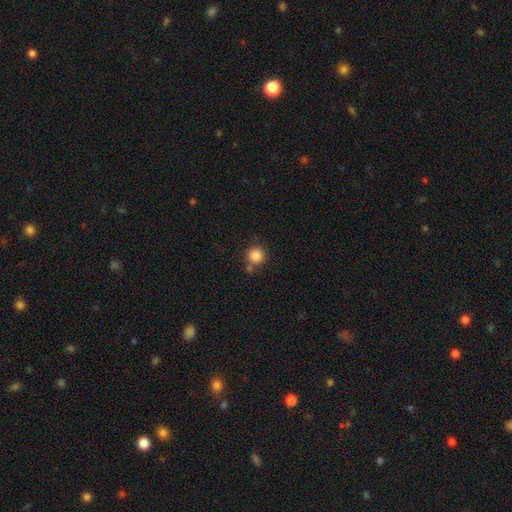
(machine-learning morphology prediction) This appears to be a smooth galaxy with no disk features (85%) that is round (93%). Merging: none (69%).